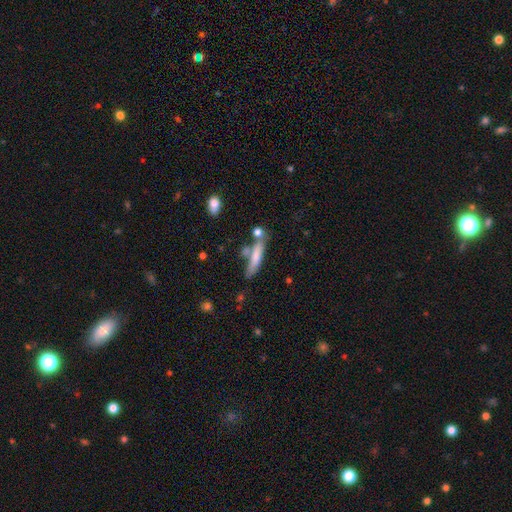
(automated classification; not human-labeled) Smooth or featured?
  - smooth: 70% *
  - featured or disk: 23%
  - star or artifact: 7%
How rounded?
  - cigar-shaped: 79% *
  - in between: 18%
  - round: 2%
Merging?
  - none: 56% *
  - merger: 19%
  - minor disturbance: 18%
  - major disturbance: 7%